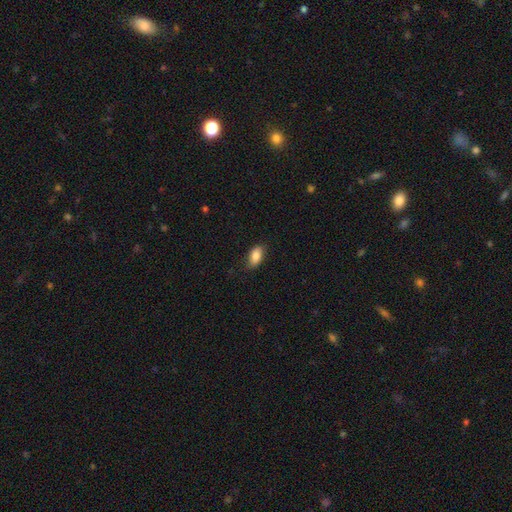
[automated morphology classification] Smooth or featured?
  - smooth: 86% *
  - featured or disk: 7%
  - star or artifact: 7%
How rounded?
  - in between: 91% *
  - round: 4%
  - cigar-shaped: 4%
Merging?
  - none: 82% *
  - minor disturbance: 15%
  - major disturbance: 3%
  - merger: 1%